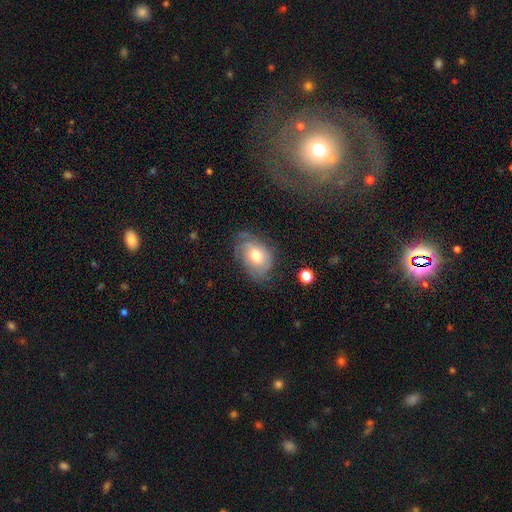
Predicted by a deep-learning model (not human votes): A featured or disk galaxy (57%) with no bar (74%), spiral arms (78%) and a moderate central bulge (74%).

Vote fractions:
- Smooth or featured? featured or disk: 57% / smooth: 35% / star or artifact: 8%
- Edge-on disk? no: 95% / yes: 5%
- Bar? no: 74% / weak: 22% / strong: 4%
- Spiral arms? yes: 78% / no: 22%
- Bulge size? moderate: 74% / small: 12% / large: 12% / dominant: 1% / none: 1%
- Merging? none: 62% / minor disturbance: 25% / major disturbance: 12% / merger: 2%